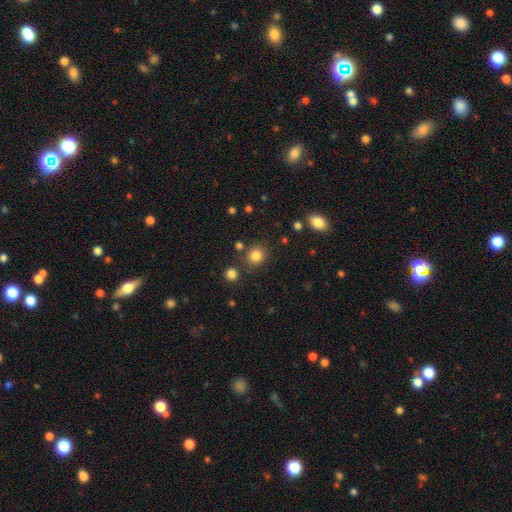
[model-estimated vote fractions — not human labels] Smooth or featured: smooth — 83% (star or artifact — 12%)
How rounded: round — 85% (in between — 14%)
Merging: none — 82% (minor disturbance — 8%)